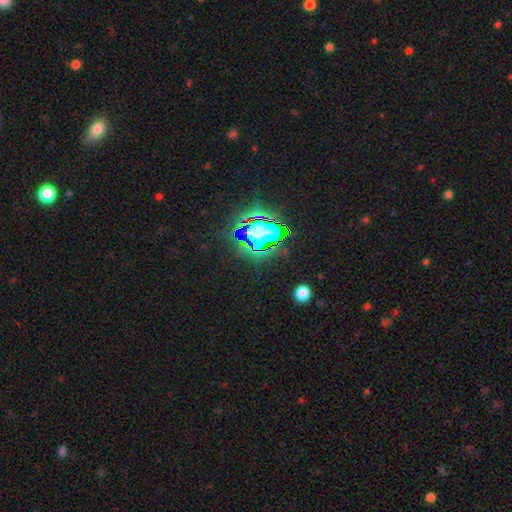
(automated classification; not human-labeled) The model was most divided on "smooth or featured": star or artifact: 83%, smooth: 11%, featured or disk: 7%.